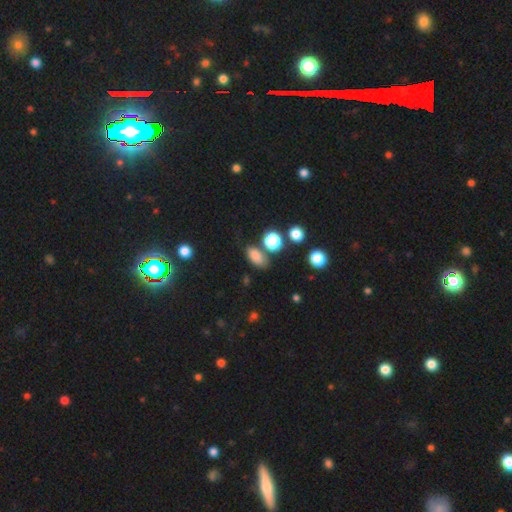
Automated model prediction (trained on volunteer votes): Smooth or featured?
  - smooth: 81% *
  - star or artifact: 12%
  - featured or disk: 7%
How rounded?
  - in between: 82% *
  - round: 13%
  - cigar-shaped: 4%
Merging?
  - none: 67% *
  - minor disturbance: 16%
  - merger: 12%
  - major disturbance: 5%